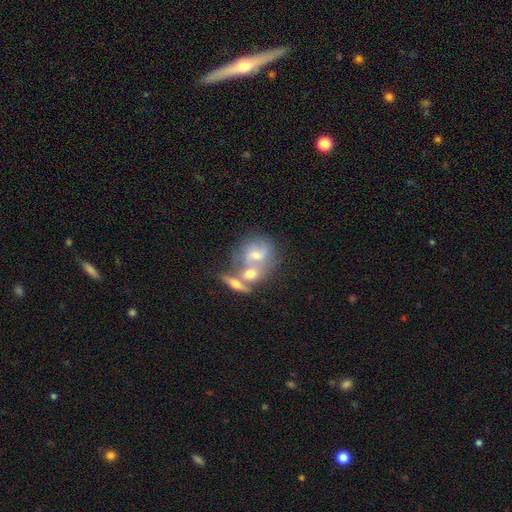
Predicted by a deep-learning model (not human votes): Smooth or featured? featured or disk (50%)
Merging? merger (58%)